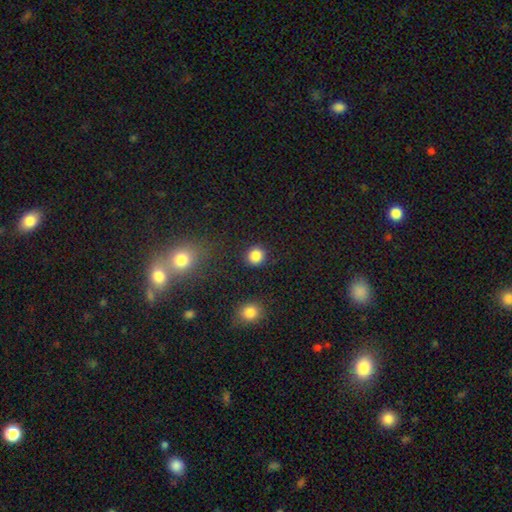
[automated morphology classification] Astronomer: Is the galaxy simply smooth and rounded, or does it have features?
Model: smooth — 86%.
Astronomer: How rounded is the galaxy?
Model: round — 90%.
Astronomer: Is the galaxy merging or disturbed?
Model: none — 89%.